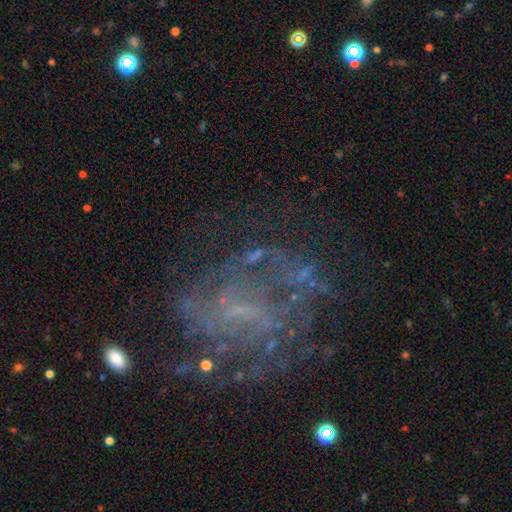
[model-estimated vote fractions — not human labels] Q: Smooth or featured?
A: featured or disk (68%); runner-up: star or artifact (18%)
Q: Edge-on disk?
A: no (98%); runner-up: yes (2%)
Q: Bar?
A: weak (43%); runner-up: no (42%)
Q: Spiral arms?
A: yes (70%); runner-up: no (30%)
Q: Bulge size?
A: small (48%); runner-up: none (36%)
Q: Merging?
A: none (55%); runner-up: major disturbance (22%)